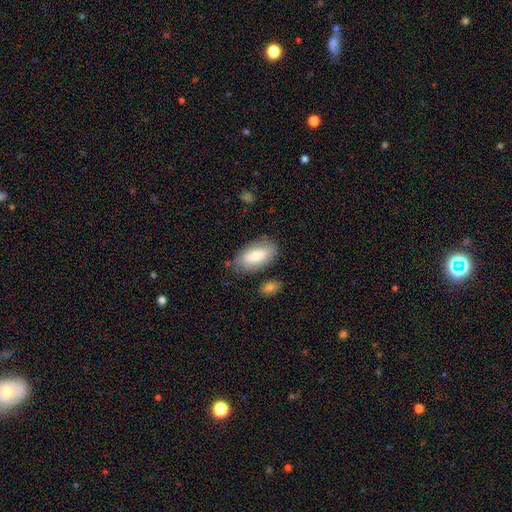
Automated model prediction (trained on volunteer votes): Morphology: type=smooth (74%); roundness=in between (92%); merging=none (75%).